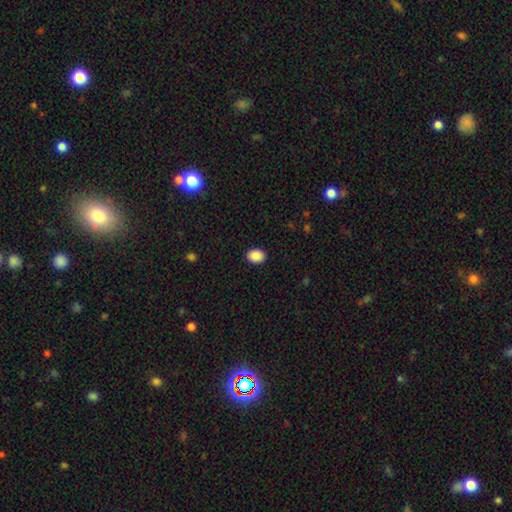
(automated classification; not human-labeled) This is clearly a smooth galaxy (90%). How rounded: likely in between (70%). Merging: clearly none (91%).